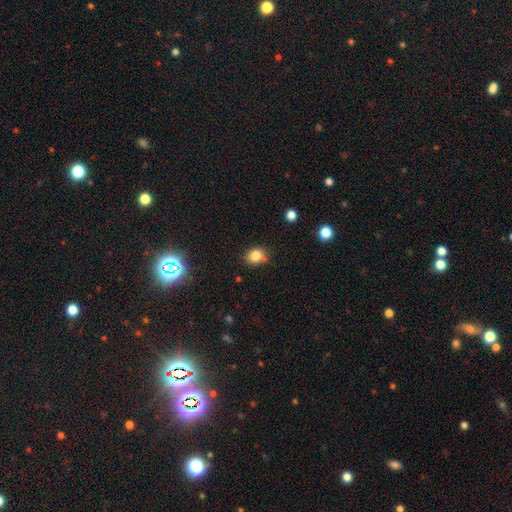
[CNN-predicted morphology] A smooth galaxy with no disk features (81%) that is round (61%).

Vote fractions:
- Smooth or featured? smooth: 81% / star or artifact: 12% / featured or disk: 7%
- How rounded? round: 61% / in between: 38% / cigar-shaped: 1%
- Merging? none: 76% / minor disturbance: 17% / merger: 4% / major disturbance: 3%